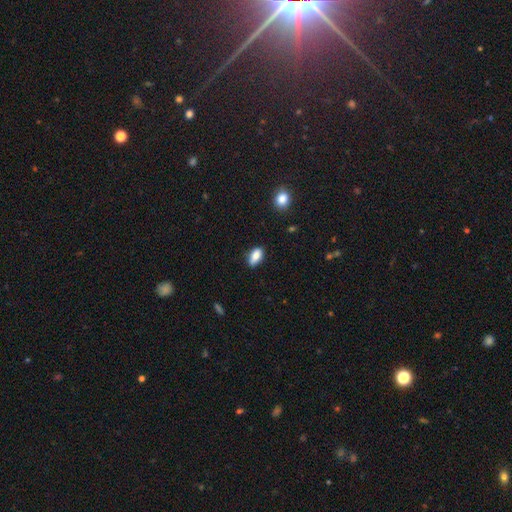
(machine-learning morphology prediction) A smooth galaxy with no disk features (83%) that is in between round and cigar-shaped (87%). Merging: none (82%).